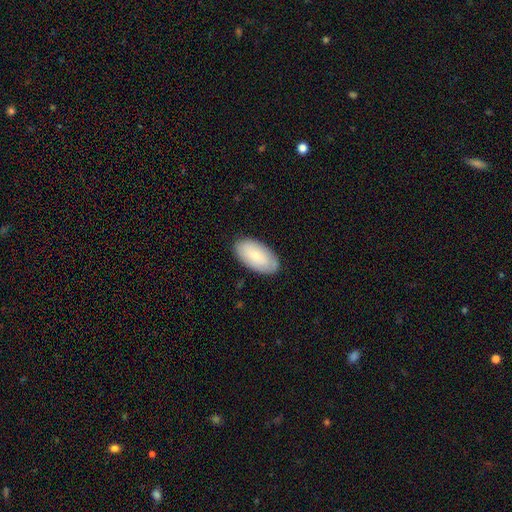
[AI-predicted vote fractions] Q: Smooth or featured?
A: smooth (75%); runner-up: featured or disk (19%)
Q: How rounded?
A: in between (95%); runner-up: cigar-shaped (3%)
Q: Merging?
A: none (85%); runner-up: minor disturbance (12%)